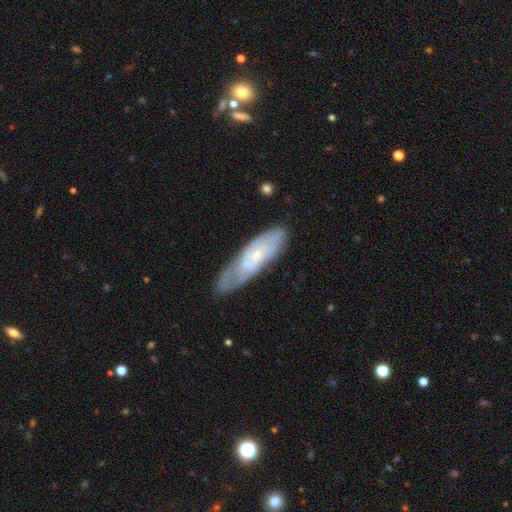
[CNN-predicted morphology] A featured or disk galaxy (61%).

Vote fractions:
- Smooth or featured? featured or disk: 61% / smooth: 32% / star or artifact: 6%
- Edge-on disk? no: 76% / yes: 24%
- Merging? none: 67% / minor disturbance: 23% / major disturbance: 7% / merger: 3%